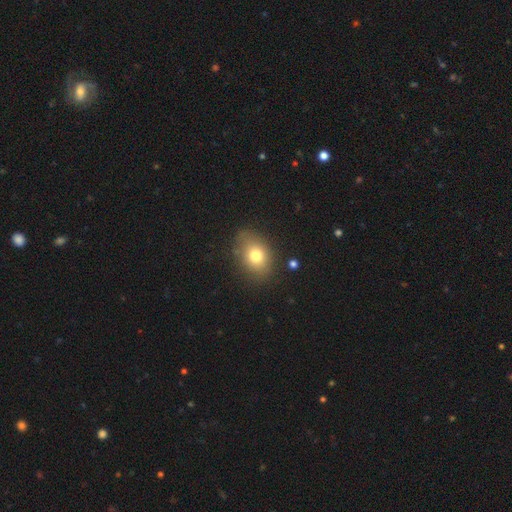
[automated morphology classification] smooth_or_featured: smooth (p=0.76) [alt: featured or disk p=0.13]
how_rounded: in between (p=0.67) [alt: round p=0.31]
merging: none (p=0.77) [alt: minor disturbance p=0.15]